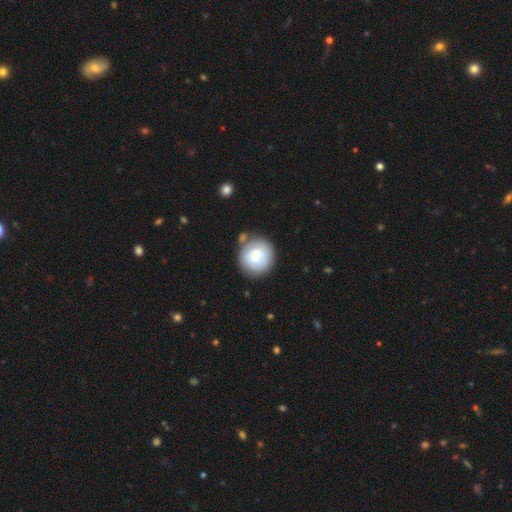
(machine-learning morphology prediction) Q: Smooth or featured?
A: smooth (66%); runner-up: featured or disk (28%)
Q: How rounded?
A: round (91%); runner-up: in between (8%)
Q: Merging?
A: none (71%); runner-up: minor disturbance (16%)